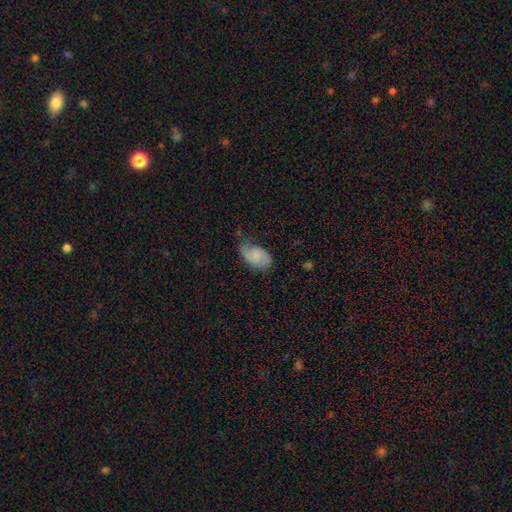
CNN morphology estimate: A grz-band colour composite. It shows a smooth galaxy with no disk features (53%) that is in between round and cigar-shaped (91%). Merging: none (52%).